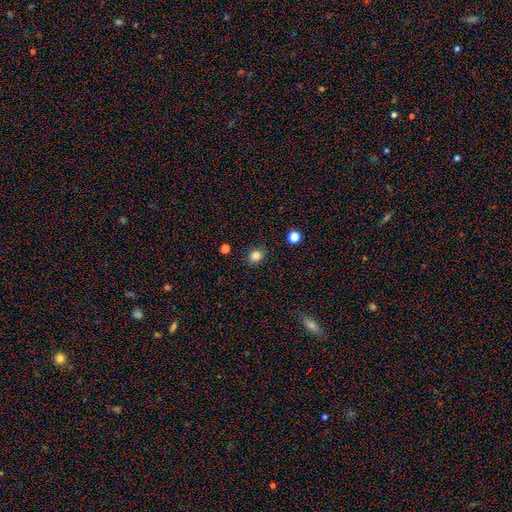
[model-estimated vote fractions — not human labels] A smooth galaxy with no disk features (84%) that is round (60%). Merging: none (85%).